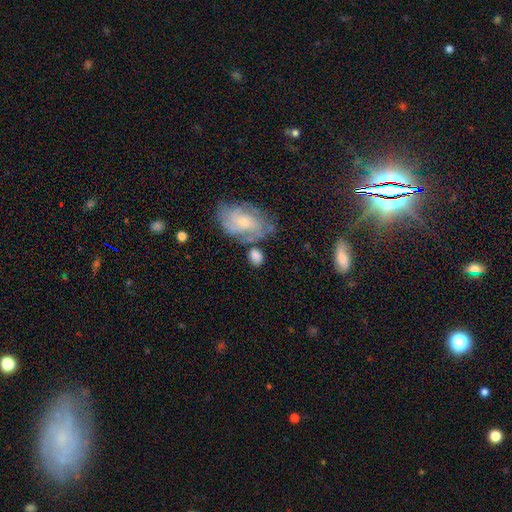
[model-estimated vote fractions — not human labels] This is likely a smooth galaxy (69%). How rounded: likely in between (63%). Merging: possibly none (58%).